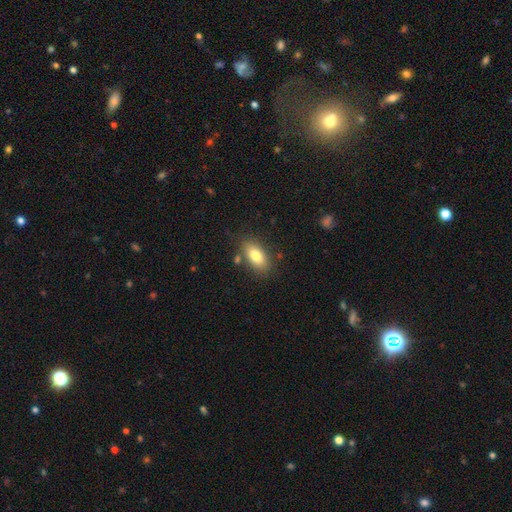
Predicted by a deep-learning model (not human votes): smooth-or-featured: smooth: 80% | featured or disk: 13% | star or artifact: 8%
  how-rounded: in between: 89% | cigar-shaped: 6% | round: 5%
  merging: none: 79% | minor disturbance: 12% | merger: 5% | major disturbance: 3%